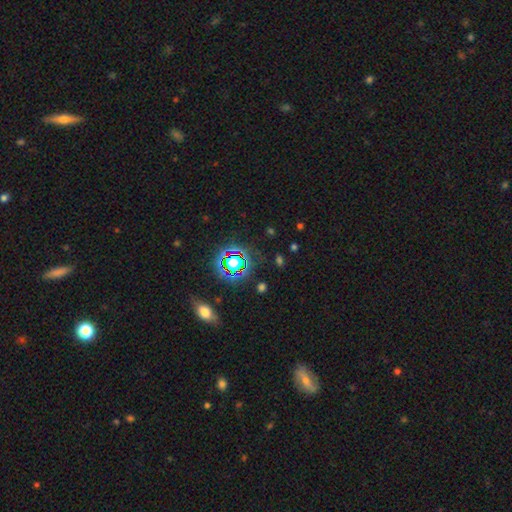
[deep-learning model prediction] Smooth or featured: star or artifact — 71% (smooth — 17%)